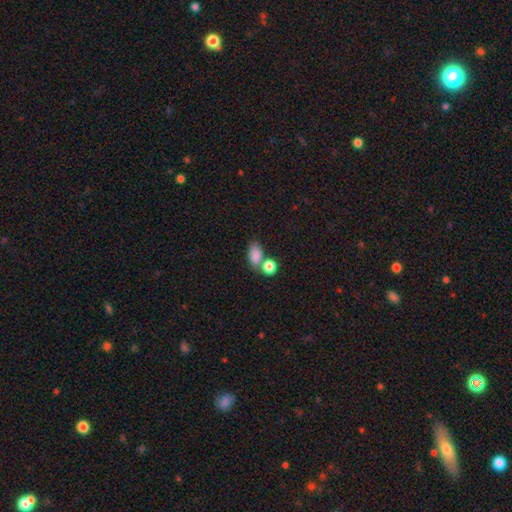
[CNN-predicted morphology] smooth-or-featured: smooth: 84% | star or artifact: 10% | featured or disk: 6%
  how-rounded: in between: 84% | round: 14% | cigar-shaped: 3%
  merging: none: 48% | merger: 33% | minor disturbance: 13% | major disturbance: 6%